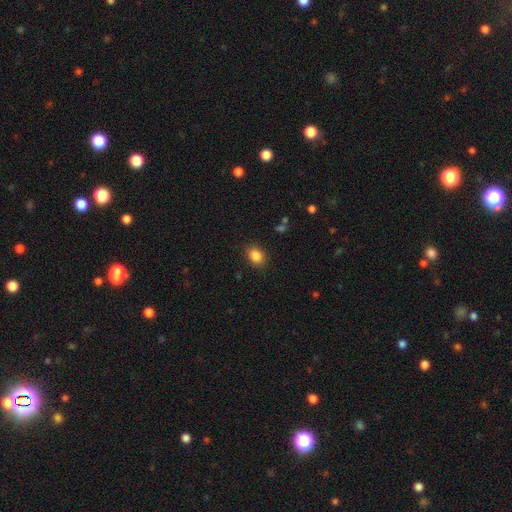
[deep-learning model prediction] Smooth or featured?
  - smooth: 86% *
  - star or artifact: 10%
  - featured or disk: 4%
How rounded?
  - in between: 57% *
  - round: 42%
  - cigar-shaped: 1%
Merging?
  - none: 87% *
  - minor disturbance: 9%
  - major disturbance: 3%
  - merger: 1%